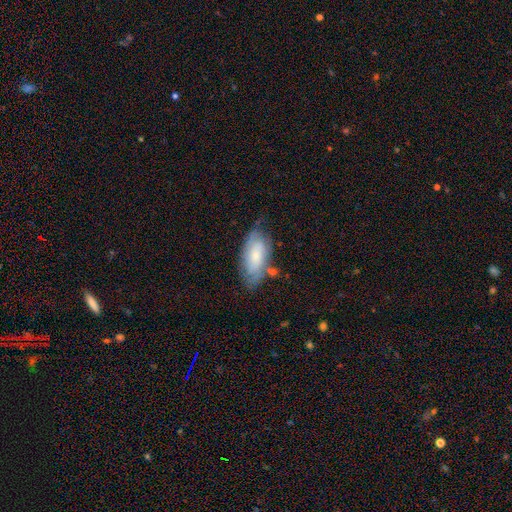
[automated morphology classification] Smooth or featured? Predicted: smooth (p=0.59). How rounded? Predicted: in between (p=0.89). Merging? Predicted: none (p=0.59).